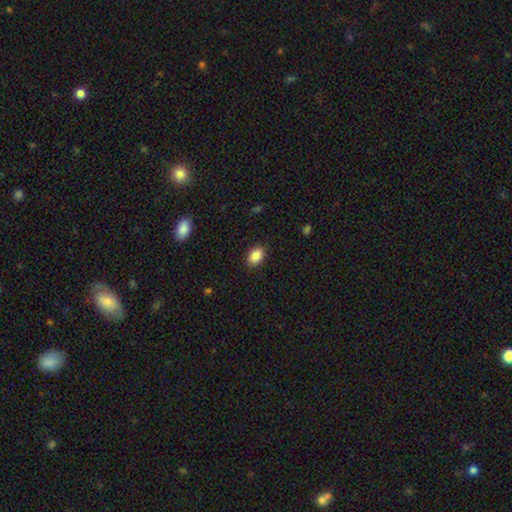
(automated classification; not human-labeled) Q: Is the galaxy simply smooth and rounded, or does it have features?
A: smooth — 88%.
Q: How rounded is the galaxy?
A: in between — 83%.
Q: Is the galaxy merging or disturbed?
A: none — 88%.